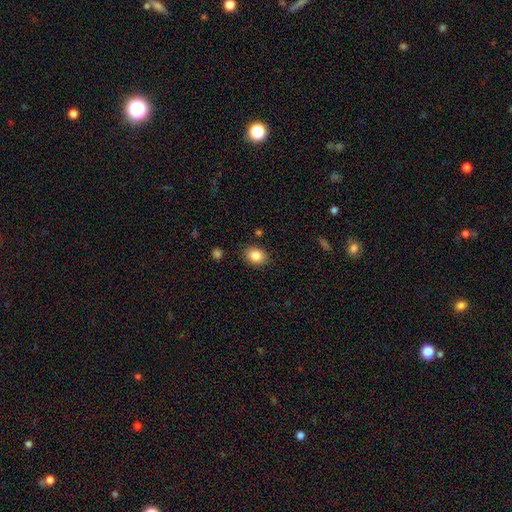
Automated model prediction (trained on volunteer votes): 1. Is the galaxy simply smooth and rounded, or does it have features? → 85% smooth, 9% star or artifact, 6% featured or disk.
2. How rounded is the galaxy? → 61% in between, 38% round, 1% cigar-shaped.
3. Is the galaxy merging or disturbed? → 86% none, 10% minor disturbance, 3% major disturbance, 2% merger.